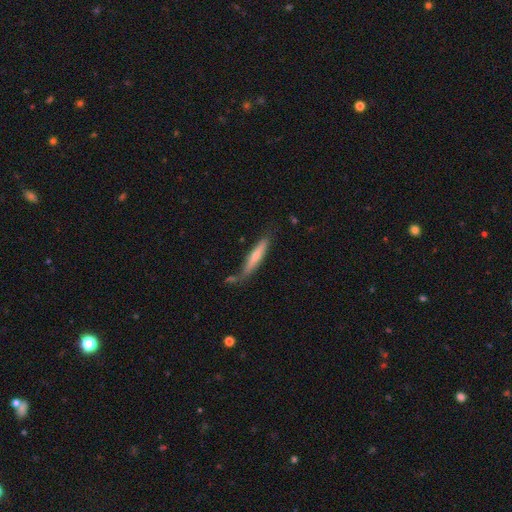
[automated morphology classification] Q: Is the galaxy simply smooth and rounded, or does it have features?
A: smooth — 58%.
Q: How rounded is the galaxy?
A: cigar-shaped — 90%.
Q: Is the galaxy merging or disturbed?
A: none — 65%.